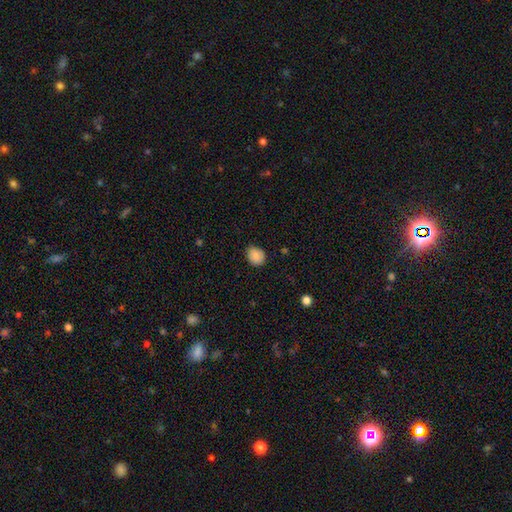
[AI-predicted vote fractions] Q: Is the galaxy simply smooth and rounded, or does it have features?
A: smooth — 84%.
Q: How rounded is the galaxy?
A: round — 64%.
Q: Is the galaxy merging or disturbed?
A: none — 79%.